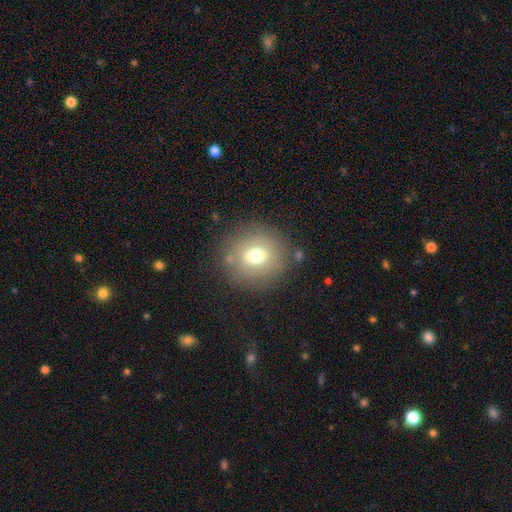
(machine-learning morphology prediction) Smooth or featured? smooth (64%)
How rounded? round (83%)
Merging? none (81%)